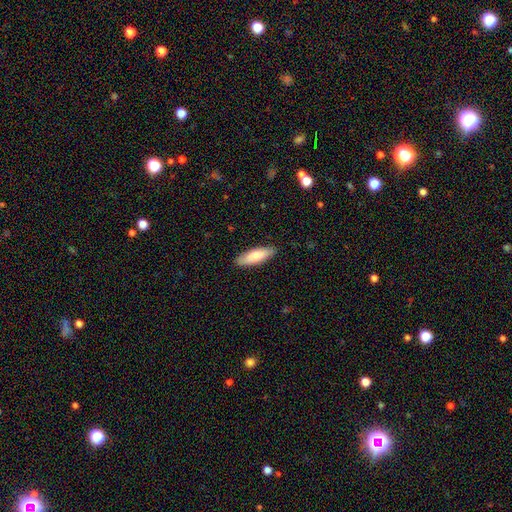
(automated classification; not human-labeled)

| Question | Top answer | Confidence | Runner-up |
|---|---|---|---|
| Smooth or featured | smooth | 80% | featured or disk (15%) |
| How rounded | in between | 53% | cigar-shaped (45%) |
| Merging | none | 88% | minor disturbance (9%) |